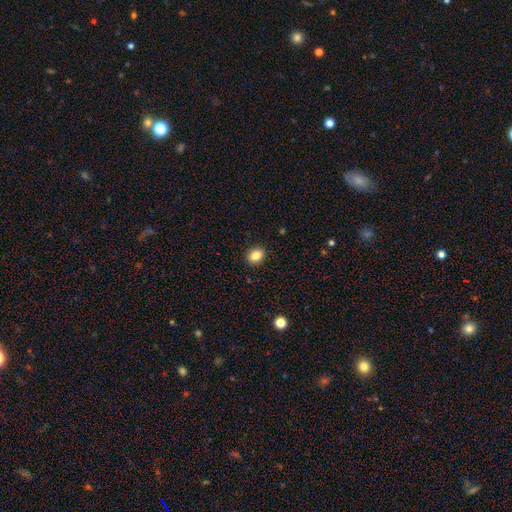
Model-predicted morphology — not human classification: Smooth or featured: smooth — 86% (star or artifact — 9%)
How rounded: in between — 66% (round — 33%)
Merging: none — 89% (minor disturbance — 8%)